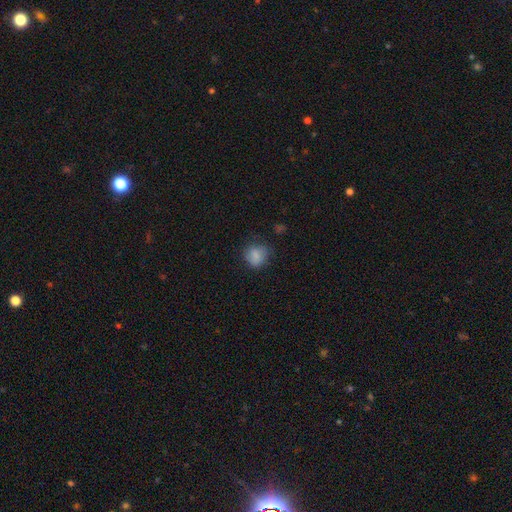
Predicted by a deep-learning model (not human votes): The model was most divided on "how rounded": round: 69%, in between: 30%, cigar-shaped: 1%. More confident: smooth or featured — smooth (82%); merging — none (68%).